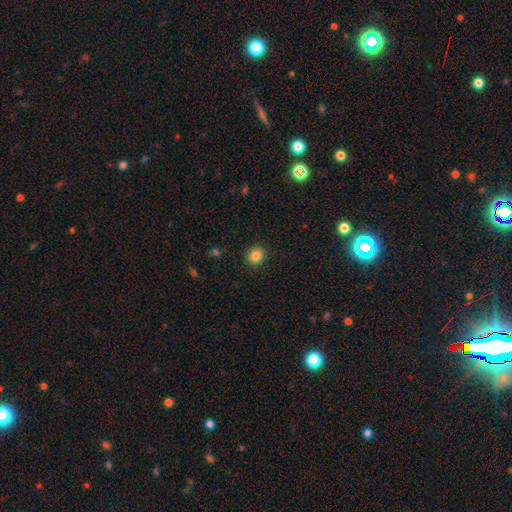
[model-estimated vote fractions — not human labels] This appears to be a smooth galaxy with no disk features (85%) that is round (73%). Merging: none (90%).